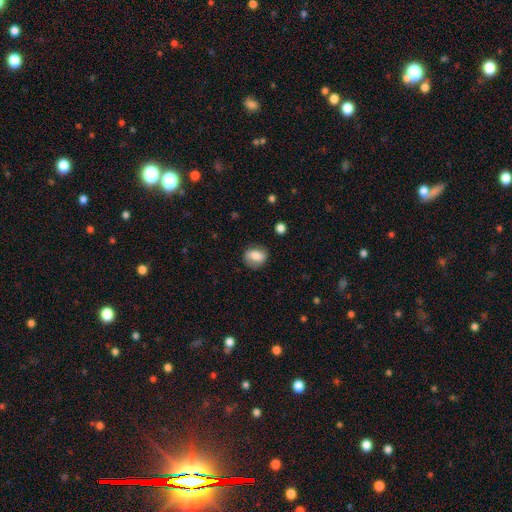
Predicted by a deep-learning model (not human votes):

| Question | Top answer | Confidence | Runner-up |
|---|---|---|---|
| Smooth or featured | smooth | 71% | featured or disk (21%) |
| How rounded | round | 53% | in between (45%) |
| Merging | none | 76% | minor disturbance (18%) |